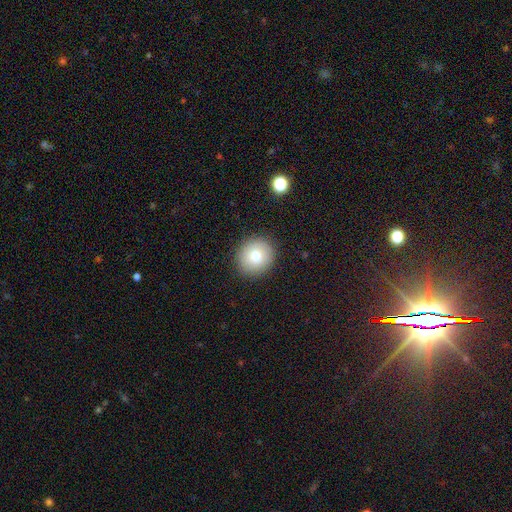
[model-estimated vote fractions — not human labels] This is likely a smooth galaxy (76%). How rounded: clearly round (89%). Merging: clearly none (90%).